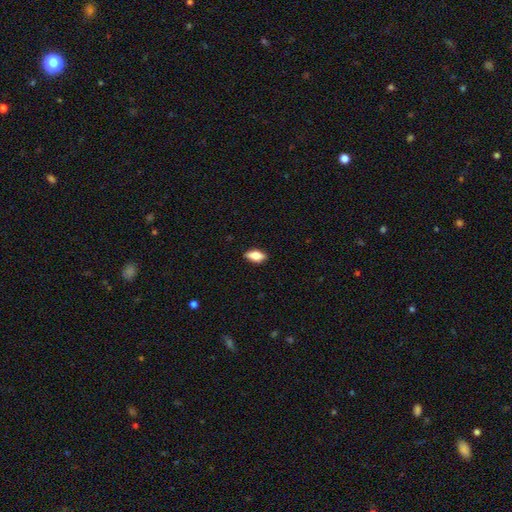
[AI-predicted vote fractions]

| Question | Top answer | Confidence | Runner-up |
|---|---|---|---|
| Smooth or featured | smooth | 69% | featured or disk (23%) |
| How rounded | in between | 83% | cigar-shaped (13%) |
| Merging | none | 88% | minor disturbance (9%) |